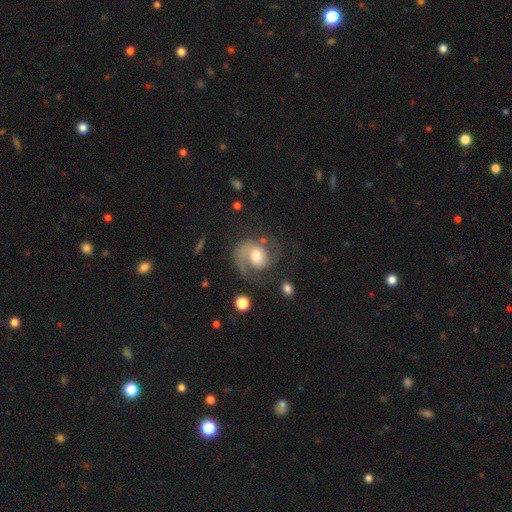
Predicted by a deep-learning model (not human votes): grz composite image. It shows a featured or disk galaxy (80%) with no bar (66%), 2 (45%) medium (46%) spiral arms (94%) and a moderate central bulge (65%). Merging: none (58%).